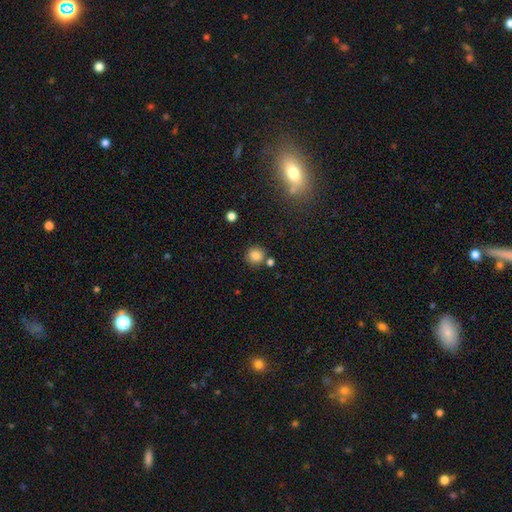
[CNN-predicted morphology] smooth-or-featured: smooth: 82% | star or artifact: 13% | featured or disk: 5%
  how-rounded: round: 91% | in between: 8% | cigar-shaped: 1%
  merging: none: 80% | merger: 9% | minor disturbance: 9% | major disturbance: 3%